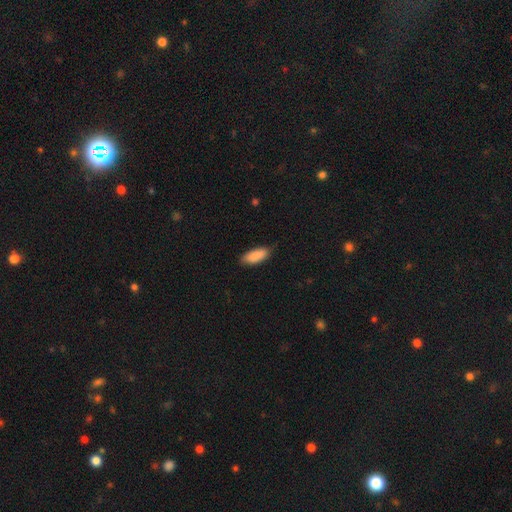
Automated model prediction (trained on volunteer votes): This appears to be a smooth galaxy with no disk features (90%) that is in between round and cigar-shaped (77%). Merging: none (81%).